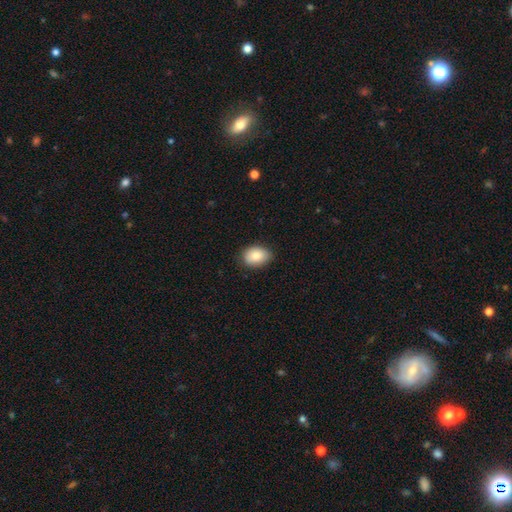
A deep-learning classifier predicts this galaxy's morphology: This appears to be a smooth galaxy with no disk features (87%) that is in between round and cigar-shaped (74%). Merging: none (83%).